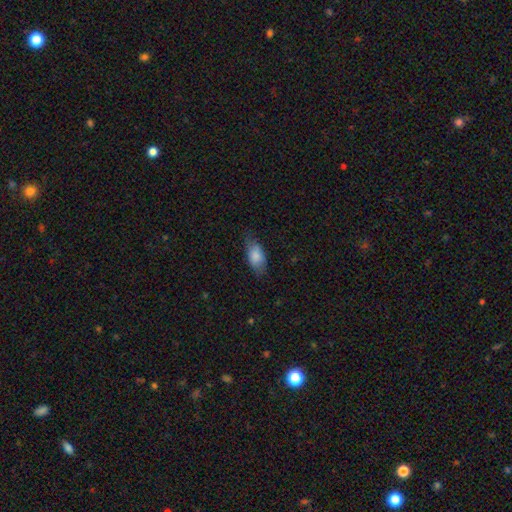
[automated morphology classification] Overall: smooth (82%). How rounded: in between (89%). Merging: none (66%).